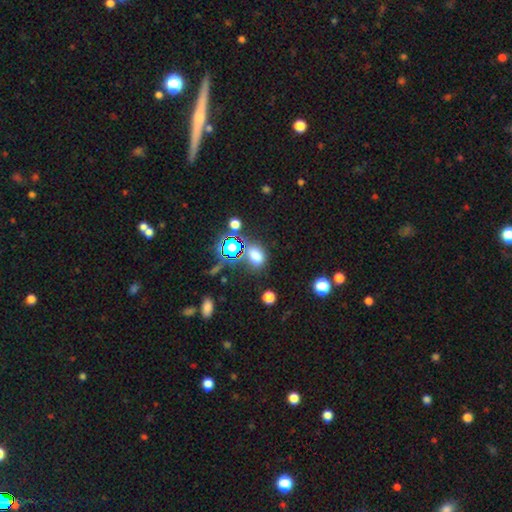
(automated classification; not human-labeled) smooth-or-featured: smooth: 63% | star or artifact: 29% | featured or disk: 7%
  how-rounded: in between: 66% | round: 32% | cigar-shaped: 2%
  merging: none: 66% | minor disturbance: 16% | merger: 11% | major disturbance: 7%